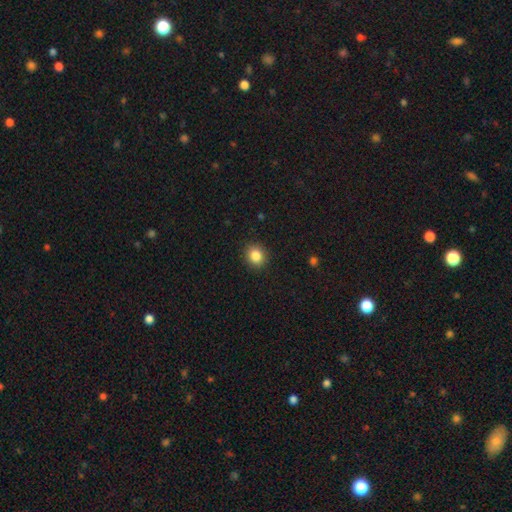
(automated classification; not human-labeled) The model was most divided on "how rounded": round: 80%, in between: 19%, cigar-shaped: 1%. More confident: merging — none (91%); smooth or featured — smooth (85%).